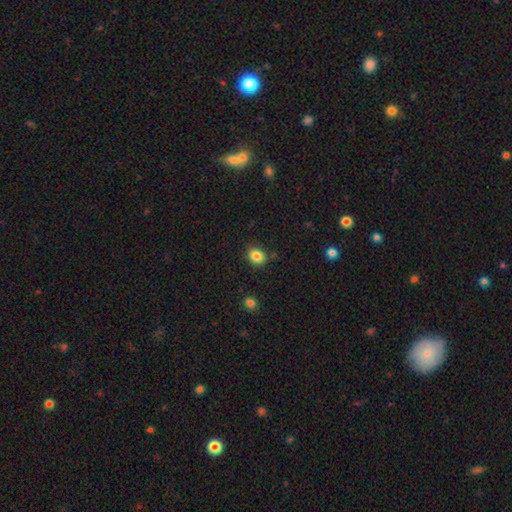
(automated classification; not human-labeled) Smooth or featured: smooth — 84% (star or artifact — 10%)
How rounded: round — 62% (in between — 37%)
Merging: none — 83% (minor disturbance — 11%)